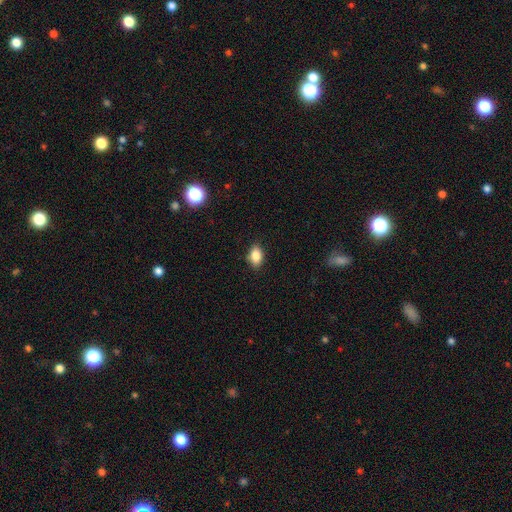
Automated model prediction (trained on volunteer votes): Q: Smooth or featured?
A: smooth (85%); runner-up: star or artifact (8%)
Q: How rounded?
A: in between (87%); runner-up: round (10%)
Q: Merging?
A: none (86%); runner-up: minor disturbance (10%)